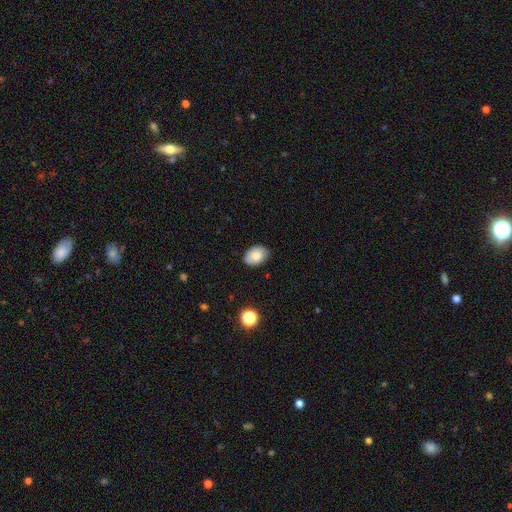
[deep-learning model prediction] Morphology: type=smooth (82%); roundness=in between (84%); merging=none (84%).